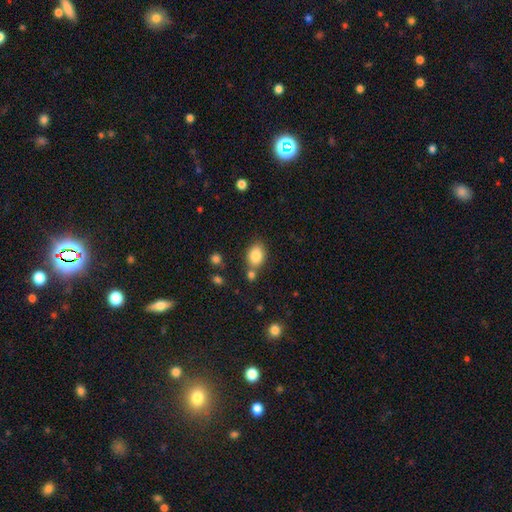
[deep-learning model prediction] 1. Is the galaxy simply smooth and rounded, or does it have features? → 85% smooth, 9% star or artifact, 6% featured or disk.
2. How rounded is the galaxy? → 70% in between, 29% round, 1% cigar-shaped.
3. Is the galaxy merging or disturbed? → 66% none, 16% merger, 14% minor disturbance, 4% major disturbance.